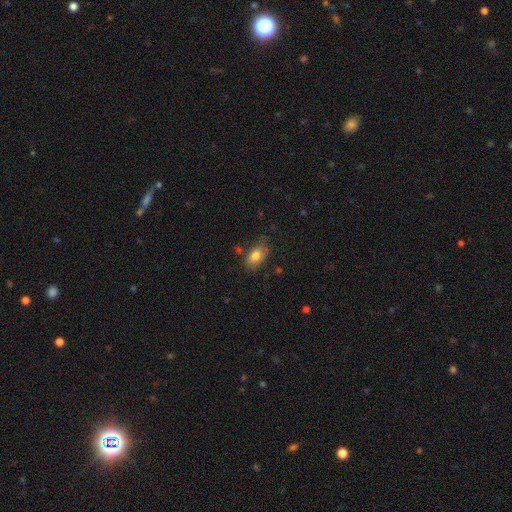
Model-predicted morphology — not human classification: smooth-or-featured: smooth: 79% | featured or disk: 13% | star or artifact: 8%
  how-rounded: in between: 87% | round: 10% | cigar-shaped: 3%
  merging: none: 68% | minor disturbance: 24% | major disturbance: 6% | merger: 3%